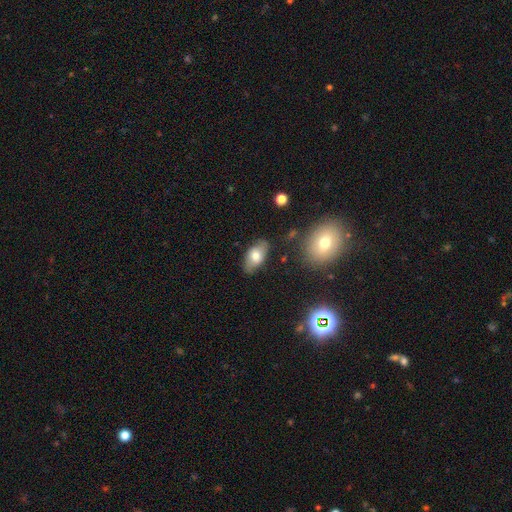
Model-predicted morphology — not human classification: smooth-or-featured: smooth: 65% | featured or disk: 27% | star or artifact: 8%
  how-rounded: in between: 93% | round: 4% | cigar-shaped: 3%
  merging: none: 77% | minor disturbance: 17% | major disturbance: 4% | merger: 2%